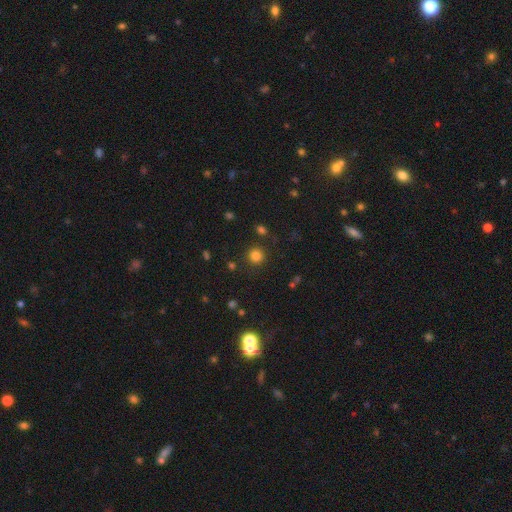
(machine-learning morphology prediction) This appears to be a smooth galaxy with no disk features (81%) that is round (94%). Merging: none (89%).